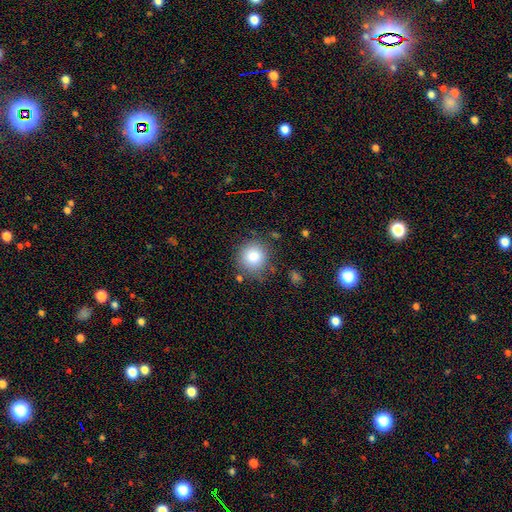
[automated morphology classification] smooth_or_featured: smooth (p=0.84) [alt: star or artifact p=0.09]
how_rounded: round (p=0.90) [alt: in between p=0.09]
merging: none (p=0.78) [alt: minor disturbance p=0.14]